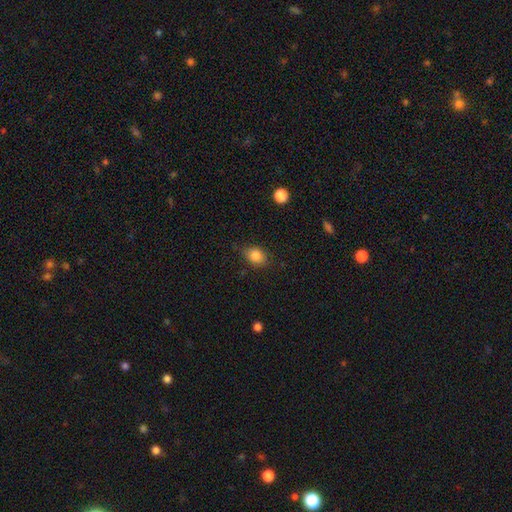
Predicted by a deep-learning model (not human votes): smooth-or-featured: smooth: 83% | star or artifact: 10% | featured or disk: 7%
  how-rounded: in between: 55% | round: 44% | cigar-shaped: 1%
  merging: none: 77% | minor disturbance: 18% | major disturbance: 4% | merger: 1%